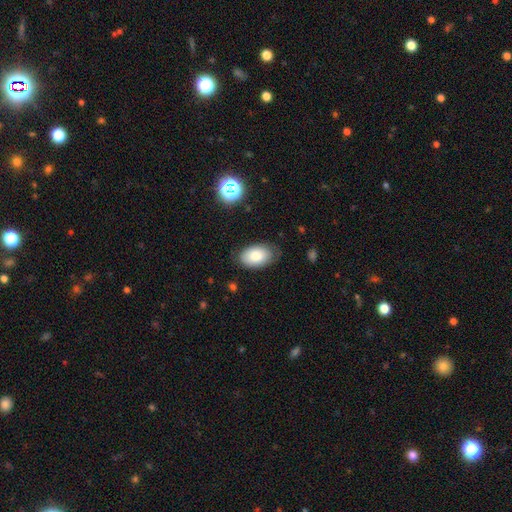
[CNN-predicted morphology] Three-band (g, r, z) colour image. It shows a smooth galaxy with no disk features (79%) that is in between round and cigar-shaped (92%). Merging: none (76%).